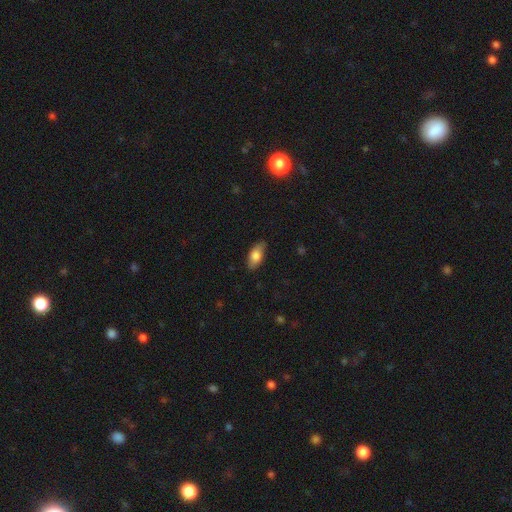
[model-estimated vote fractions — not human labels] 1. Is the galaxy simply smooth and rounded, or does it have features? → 78% smooth, 16% featured or disk, 6% star or artifact.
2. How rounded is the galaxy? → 88% in between, 8% cigar-shaped, 3% round.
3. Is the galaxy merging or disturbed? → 82% none, 14% minor disturbance, 2% major disturbance, 1% merger.